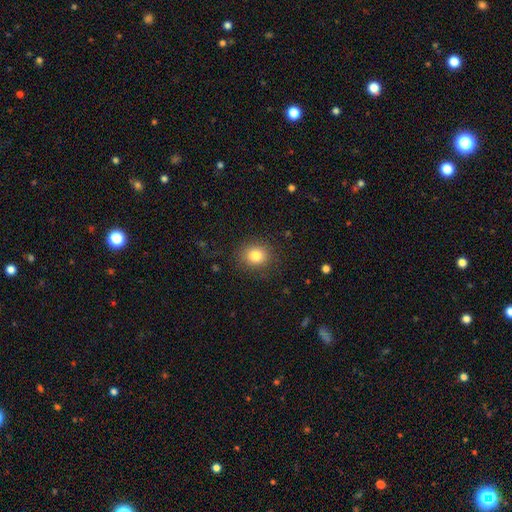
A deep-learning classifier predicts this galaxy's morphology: Smooth or featured?
  - smooth: 82% *
  - star or artifact: 11%
  - featured or disk: 7%
How rounded?
  - round: 73% *
  - in between: 26%
  - cigar-shaped: 1%
Merging?
  - none: 85% *
  - minor disturbance: 10%
  - major disturbance: 4%
  - merger: 1%